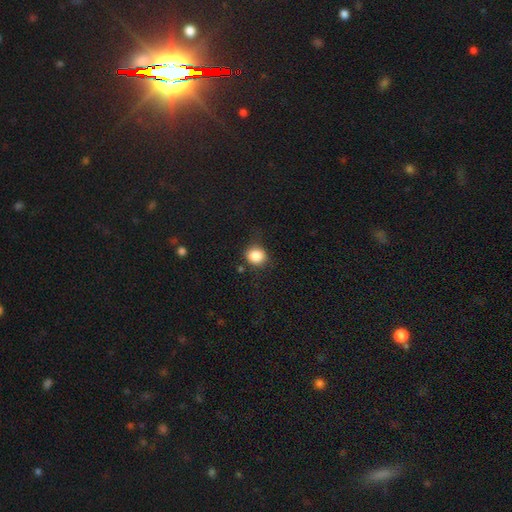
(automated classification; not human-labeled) smooth_or_featured: smooth (p=0.85) [alt: star or artifact p=0.10]
how_rounded: round (p=0.77) [alt: in between p=0.22]
merging: none (p=0.74) [alt: minor disturbance p=0.18]